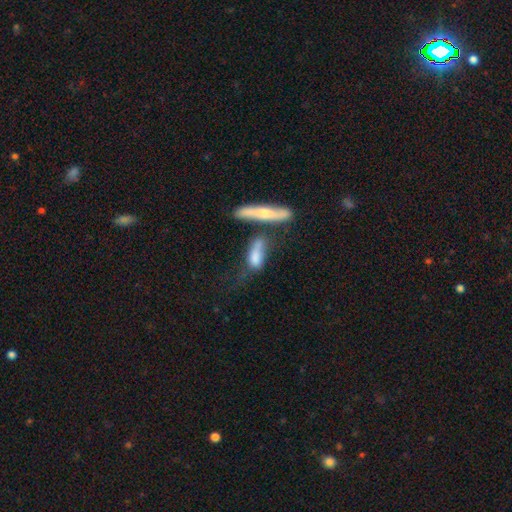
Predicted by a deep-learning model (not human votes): Q: Smooth or featured?
A: smooth (67%); runner-up: featured or disk (25%)
Q: How rounded?
A: in between (51%); runner-up: cigar-shaped (44%)
Q: Merging?
A: merger (38%); runner-up: none (28%)